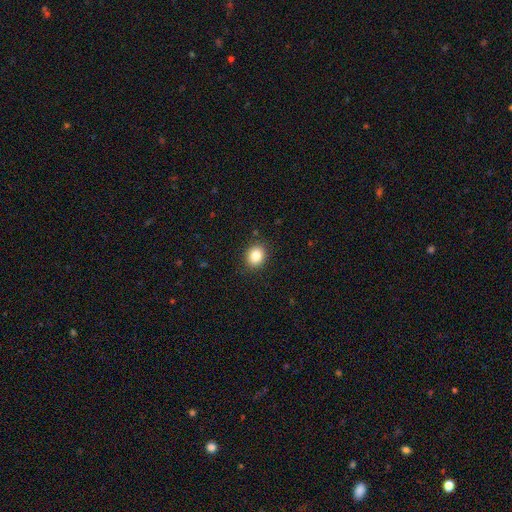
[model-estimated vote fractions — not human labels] smooth_or_featured: smooth (p=0.84) [alt: star or artifact p=0.10]
how_rounded: round (p=0.60) [alt: in between p=0.40]
merging: none (p=0.89) [alt: minor disturbance p=0.07]